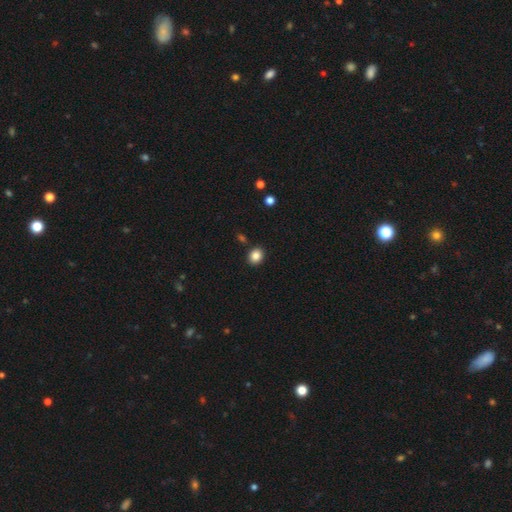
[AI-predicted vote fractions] This is clearly a smooth galaxy (86%). How rounded: likely round (67%). Merging: clearly none (88%).